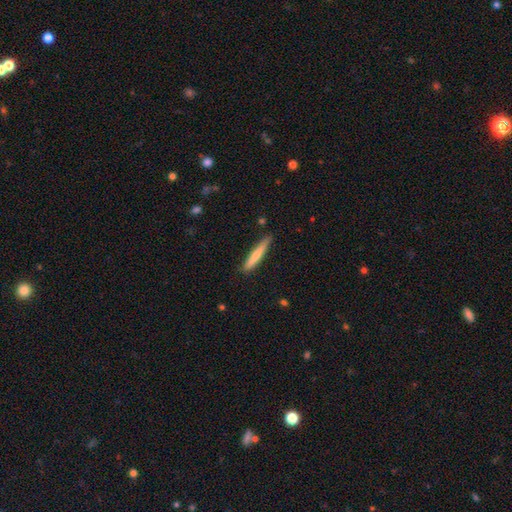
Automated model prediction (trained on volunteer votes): smooth 71%, featured or disk 24%, star or artifact 6%. Down the decision tree: how rounded — cigar-shaped (94%); merging — none (82%).